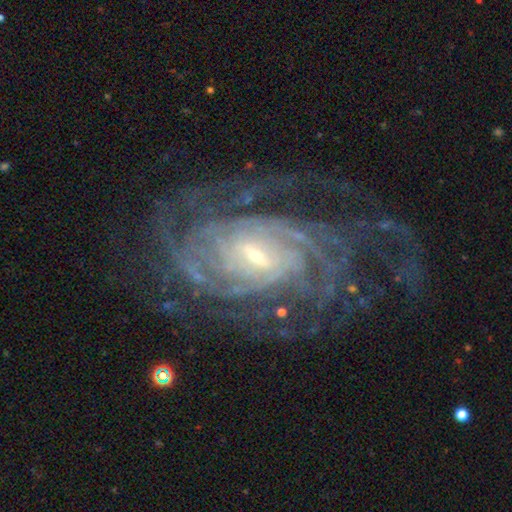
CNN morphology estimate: Smooth or featured?
  - featured or disk: 91% *
  - star or artifact: 5%
  - smooth: 4%
Edge-on disk?
  - no: 97% *
  - yes: 3%
Bar?
  - weak: 49% *
  - strong: 32%
  - no: 20%
Spiral arms?
  - yes: 98% *
  - no: 2%
Spiral winding?
  - tight: 65% *
  - medium: 28%
  - loose: 8%
Spiral arm count?
  - can't tell: 27% *
  - 4: 19%
  - 2: 17%
  - more than 4: 16%
  - 3: 13%
  - 1: 8%
Bulge size?
  - small: 69% *
  - moderate: 25%
  - large: 2%
  - none: 2%
  - dominant: 1%
Merging?
  - none: 69% *
  - minor disturbance: 16%
  - major disturbance: 14%
  - merger: 2%